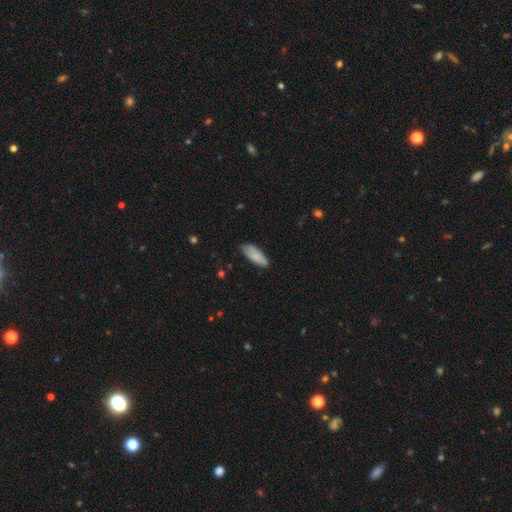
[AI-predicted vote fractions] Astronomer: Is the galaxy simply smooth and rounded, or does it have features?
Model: smooth — 83%.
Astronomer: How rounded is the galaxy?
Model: in between — 72%.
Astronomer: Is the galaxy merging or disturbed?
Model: none — 74%.